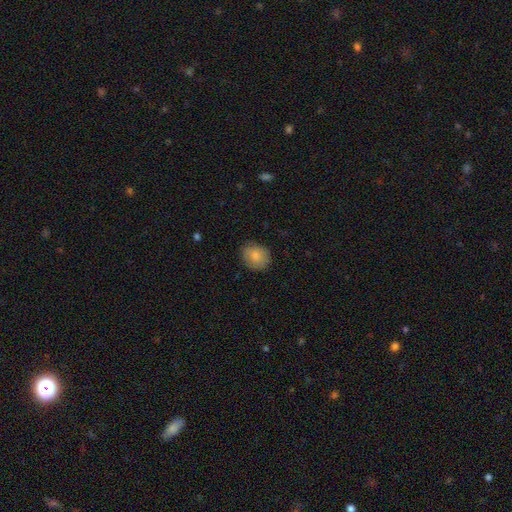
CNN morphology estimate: This is clearly a smooth galaxy (81%). How rounded: likely round (69%). Merging: clearly none (81%).